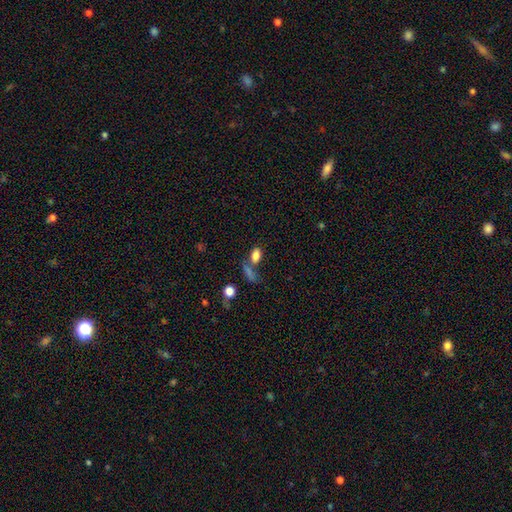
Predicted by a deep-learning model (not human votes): smooth 82%, star or artifact 10%, featured or disk 8%. Down the decision tree: how rounded — in between (87%); merging — none (53%).